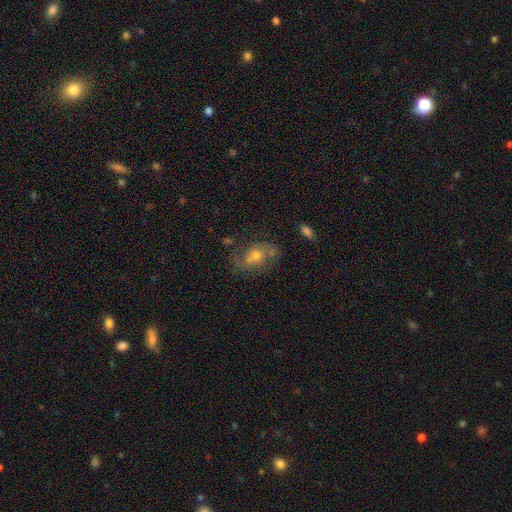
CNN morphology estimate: This appears to be a featured or disk galaxy (61%) with no bar (68%), spiral arms (76%) and a moderate central bulge (64%). Merging: none (63%).